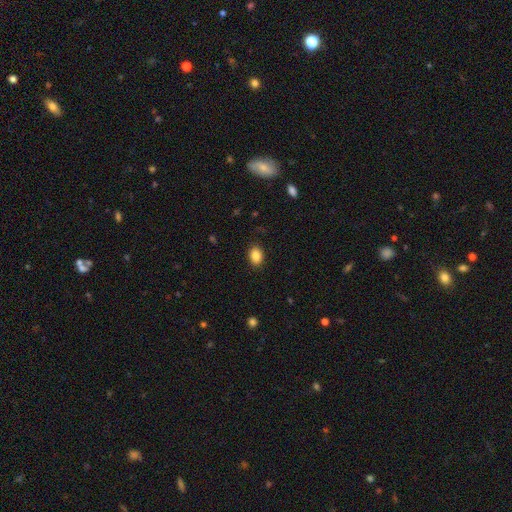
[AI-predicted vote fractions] Smooth or featured: smooth — 87% (star or artifact — 9%)
How rounded: in between — 70% (round — 29%)
Merging: none — 87% (minor disturbance — 10%)